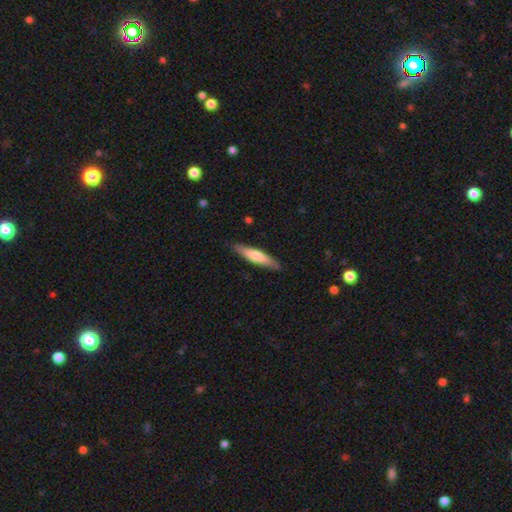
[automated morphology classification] smooth_or_featured: smooth (p=0.60) [alt: featured or disk p=0.35]
how_rounded: cigar-shaped (p=0.83) [alt: in between p=0.15]
merging: none (p=0.87) [alt: minor disturbance p=0.10]